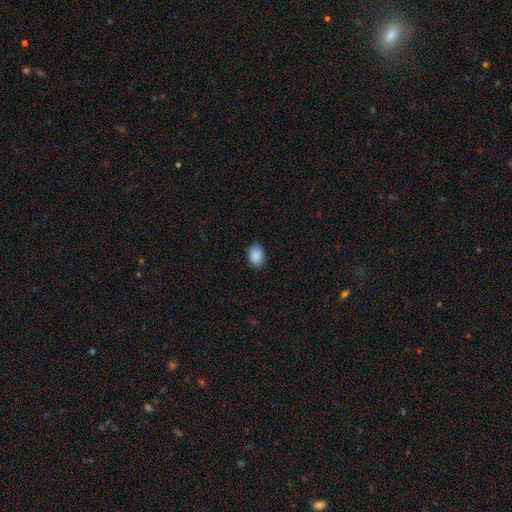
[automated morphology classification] smooth 90%, star or artifact 7%, featured or disk 3%. Down the decision tree: how rounded — in between (77%); merging — none (85%).